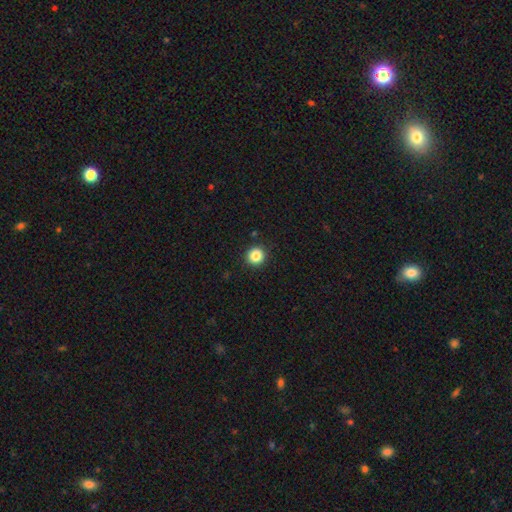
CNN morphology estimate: type=smooth (86%); roundness=round (94%); merging=none (92%).